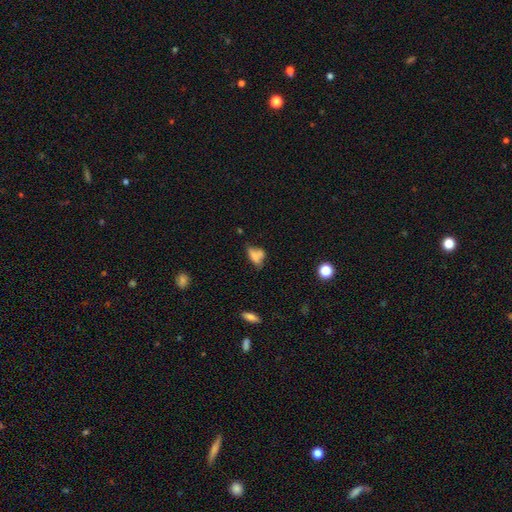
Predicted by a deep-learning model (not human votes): Smooth or featured?
  - smooth: 65% *
  - featured or disk: 22%
  - star or artifact: 13%
How rounded?
  - in between: 78% *
  - cigar-shaped: 14%
  - round: 8%
Merging?
  - none: 34% *
  - merger: 29%
  - minor disturbance: 23%
  - major disturbance: 14%